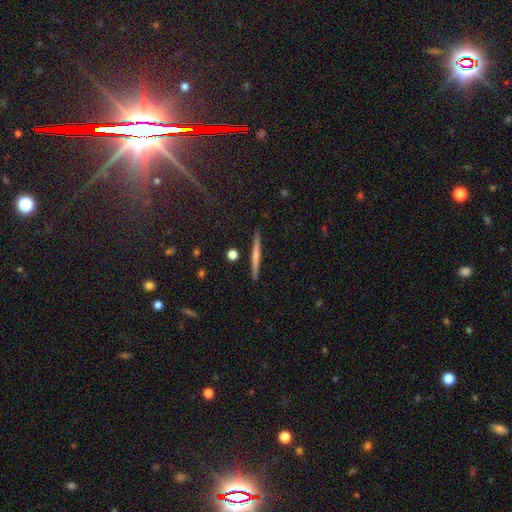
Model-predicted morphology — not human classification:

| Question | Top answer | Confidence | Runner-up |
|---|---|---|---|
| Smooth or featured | featured or disk | 46% | tied: smooth (46%) |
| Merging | none | 91% | minor disturbance (6%) |